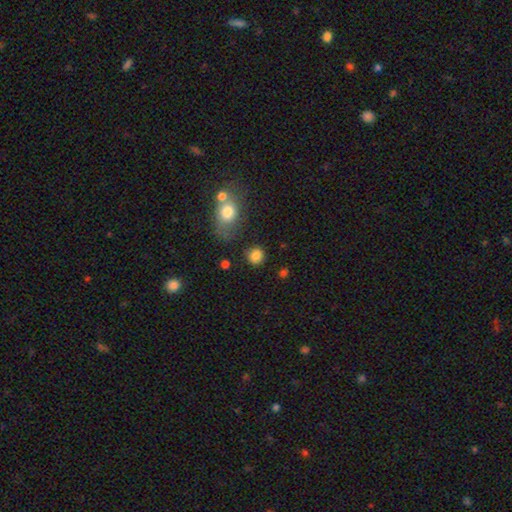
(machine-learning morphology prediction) This is clearly a smooth galaxy (84%). How rounded: clearly round (82%). Merging: likely none (78%).